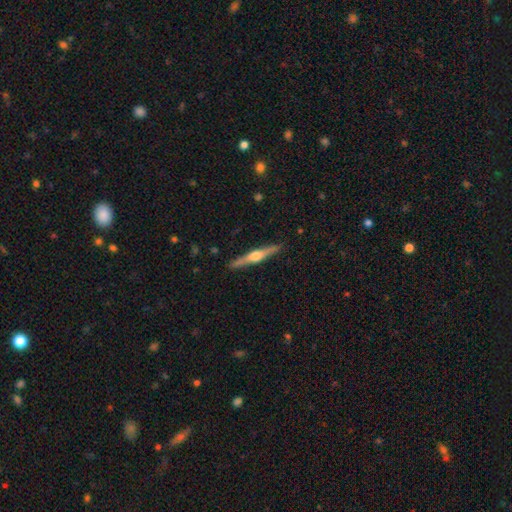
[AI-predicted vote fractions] featured or disk 72%, smooth 23%, star or artifact 5%. Down the decision tree: edge-on disk — yes (98%); edge-on bulge — rounded (92%); merging — none (91%).